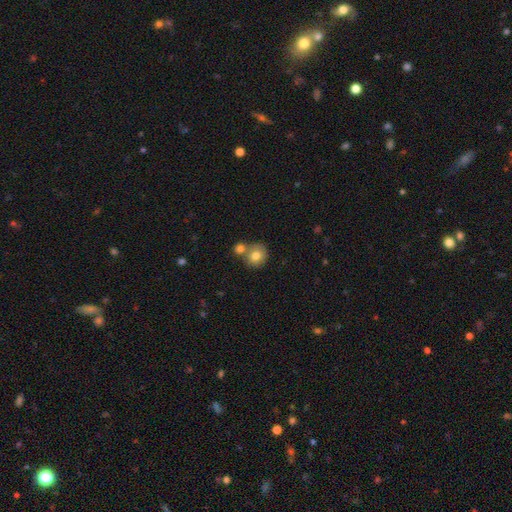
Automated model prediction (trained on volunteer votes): Smooth or featured? Predicted: smooth (p=0.79). How rounded? Predicted: round (p=0.85). Merging? Predicted: none (p=0.53).